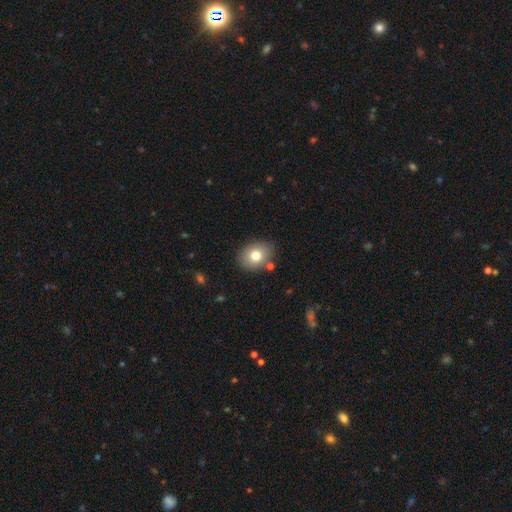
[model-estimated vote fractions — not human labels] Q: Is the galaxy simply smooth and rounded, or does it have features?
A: smooth — 76%.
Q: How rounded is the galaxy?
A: in between — 60%.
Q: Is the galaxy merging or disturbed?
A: none — 81%.